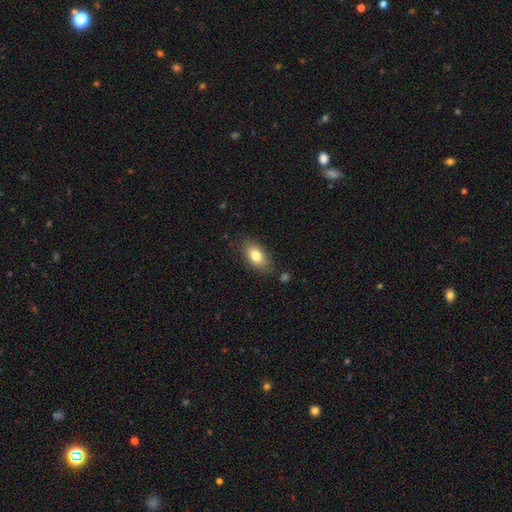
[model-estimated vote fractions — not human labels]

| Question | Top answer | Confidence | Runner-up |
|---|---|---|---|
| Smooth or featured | smooth | 80% | featured or disk (12%) |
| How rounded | in between | 89% | round (6%) |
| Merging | none | 81% | minor disturbance (14%) |